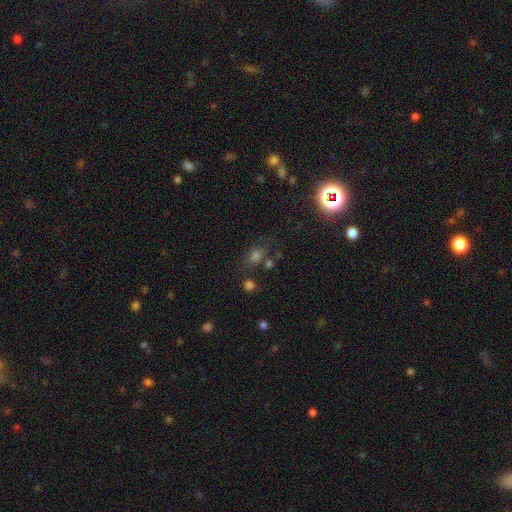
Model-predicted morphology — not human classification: smooth-or-featured: smooth: 58% | star or artifact: 33% | featured or disk: 9%
  how-rounded: round: 51% | in between: 46% | cigar-shaped: 3%
  merging: none: 69% | minor disturbance: 14% | merger: 11% | major disturbance: 6%